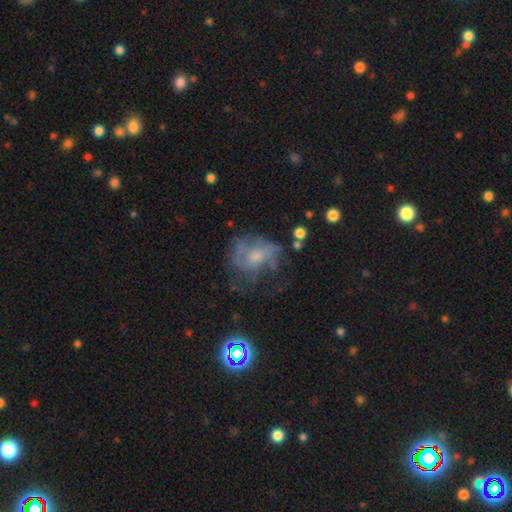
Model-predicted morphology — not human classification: Q: Smooth or featured?
A: featured or disk (54%); runner-up: smooth (32%)
Q: Edge-on disk?
A: no (97%); runner-up: yes (3%)
Q: Bar?
A: no (74%); runner-up: weak (22%)
Q: Spiral arms?
A: yes (51%); runner-up: no (49%)
Q: Bulge size?
A: moderate (40%); runner-up: small (39%)
Q: Merging?
A: none (42%); runner-up: major disturbance (31%)